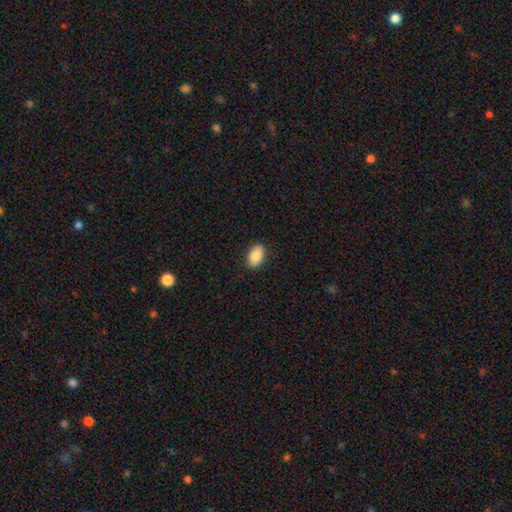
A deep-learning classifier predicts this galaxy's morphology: This is clearly a smooth galaxy (87%). How rounded: clearly in between (92%). Merging: clearly none (89%).